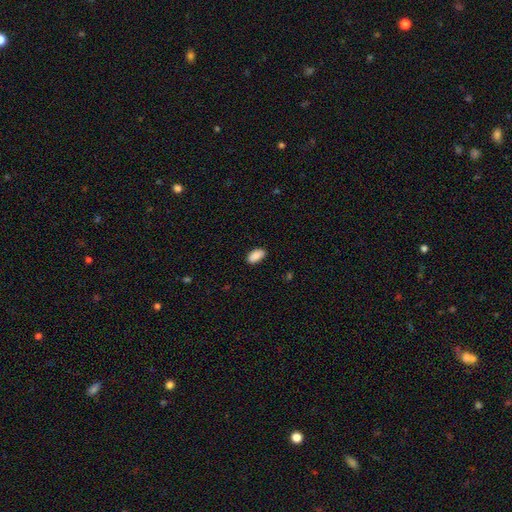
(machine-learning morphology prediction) This appears to be a smooth galaxy with no disk features (90%) that is in between round and cigar-shaped (94%). Merging: none (87%).